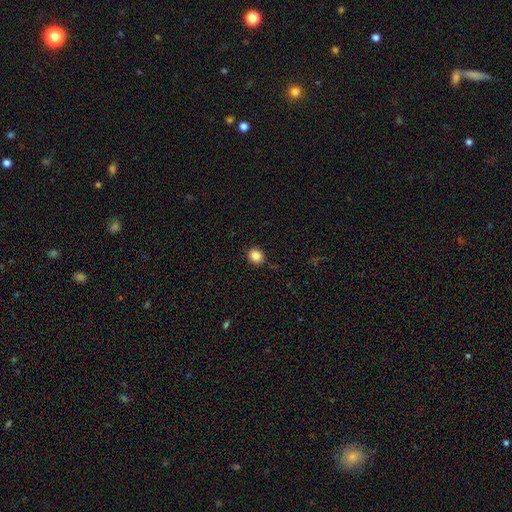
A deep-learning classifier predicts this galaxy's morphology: Overall: smooth (85%). How rounded: round (81%). Merging: none (90%).